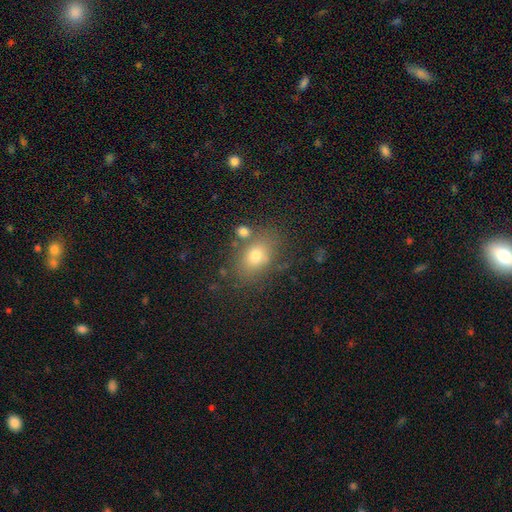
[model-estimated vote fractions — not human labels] A smooth galaxy with no disk features (71%) that is in between round and cigar-shaped (67%).

Vote fractions:
- Smooth or featured? smooth: 71% / star or artifact: 15% / featured or disk: 14%
- How rounded? in between: 67% / round: 31% / cigar-shaped: 2%
- Merging? none: 73% / minor disturbance: 13% / merger: 9% / major disturbance: 5%